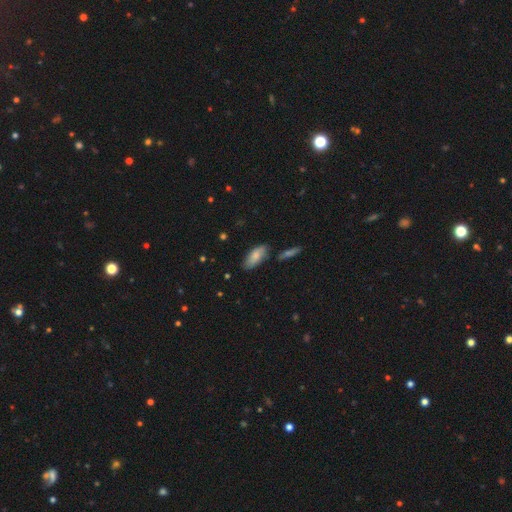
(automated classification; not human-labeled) The model was most divided on "smooth or featured": smooth: 75%, featured or disk: 18%, star or artifact: 7%. More confident: how rounded — in between (83%); merging — none (75%).